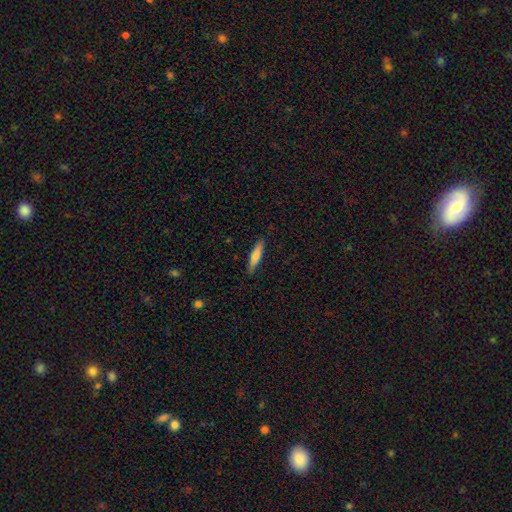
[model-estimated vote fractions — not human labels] A smooth galaxy with no disk features (71%) that is cigar-shaped (85%).

Vote fractions:
- Smooth or featured? smooth: 71% / featured or disk: 23% / star or artifact: 5%
- How rounded? cigar-shaped: 85% / in between: 13% / round: 1%
- Merging? none: 88% / minor disturbance: 9% / major disturbance: 2% / merger: 1%